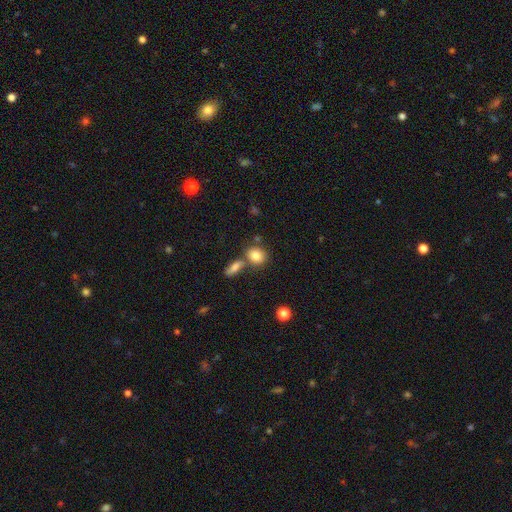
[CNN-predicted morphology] Smooth or featured? smooth (82%)
How rounded? round (68%)
Merging? none (61%)